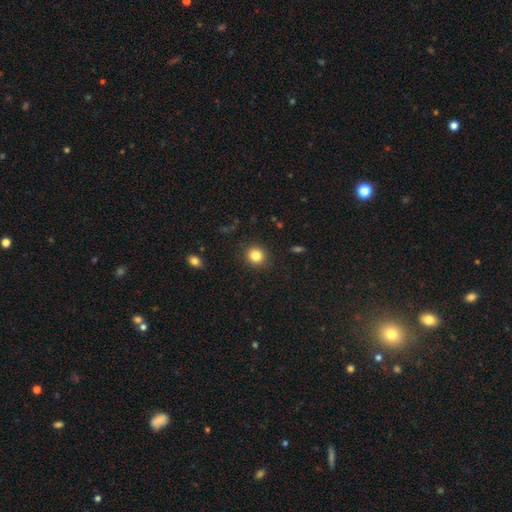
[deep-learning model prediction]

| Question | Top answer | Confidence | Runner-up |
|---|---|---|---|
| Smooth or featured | smooth | 83% | star or artifact (11%) |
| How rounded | round | 87% | in between (12%) |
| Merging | none | 90% | minor disturbance (6%) |